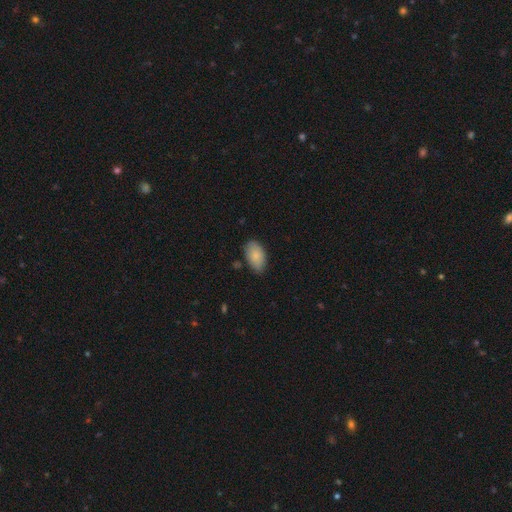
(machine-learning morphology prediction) smooth_or_featured: smooth (p=0.86) [alt: featured or disk p=0.08]
how_rounded: in between (p=0.94) [alt: round p=0.05]
merging: none (p=0.76) [alt: minor disturbance p=0.18]